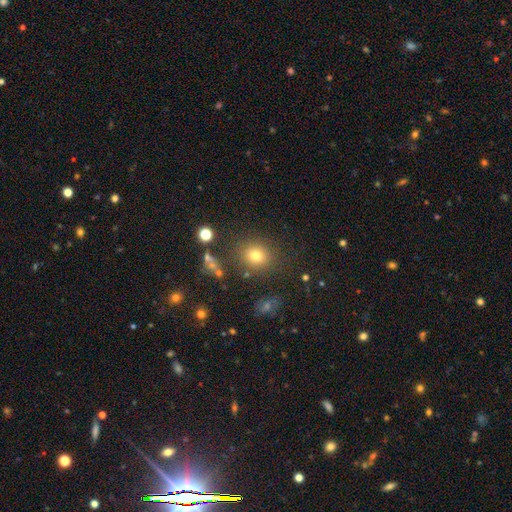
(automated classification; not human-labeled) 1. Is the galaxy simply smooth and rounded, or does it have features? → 73% smooth, 18% star or artifact, 9% featured or disk.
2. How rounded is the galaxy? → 80% round, 19% in between, 1% cigar-shaped.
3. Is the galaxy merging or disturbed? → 81% none, 10% minor disturbance, 5% merger, 4% major disturbance.